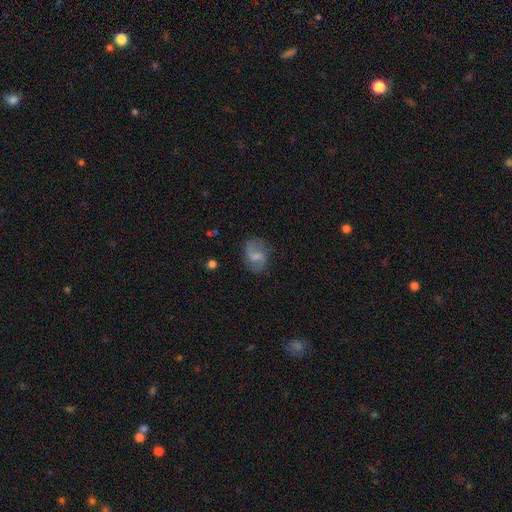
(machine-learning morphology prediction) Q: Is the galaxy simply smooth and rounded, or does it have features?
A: featured or disk — 70%.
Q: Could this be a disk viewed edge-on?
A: no — 98%.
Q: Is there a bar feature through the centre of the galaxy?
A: weak — 57%.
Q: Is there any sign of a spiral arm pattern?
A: yes — 91%.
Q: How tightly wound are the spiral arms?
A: loose — 57%.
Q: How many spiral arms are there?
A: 2 — 89%.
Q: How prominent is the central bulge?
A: none — 41%.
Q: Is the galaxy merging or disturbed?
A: none — 75%.